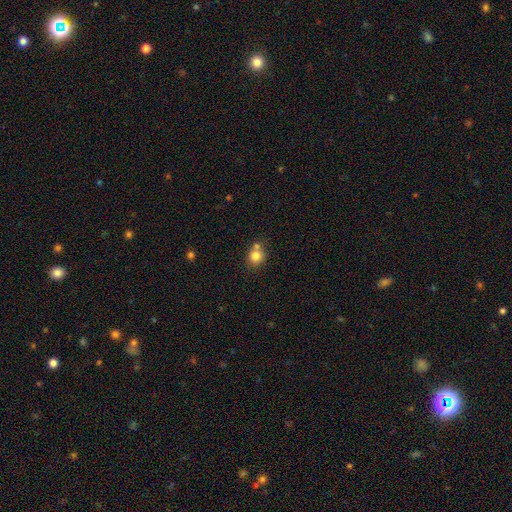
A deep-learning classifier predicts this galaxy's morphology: Smooth or featured? Predicted: smooth (p=0.80). How rounded? Predicted: round (p=0.80). Merging? Predicted: none (p=0.54).